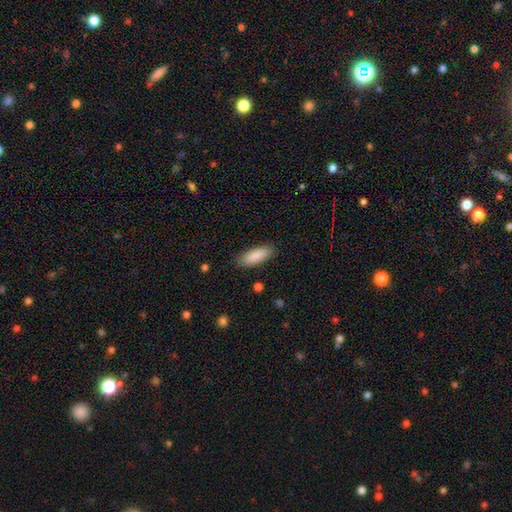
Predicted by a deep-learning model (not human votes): Overall: smooth (88%). How rounded: in between (68%; cigar-shaped 30%). Merging: none (87%).